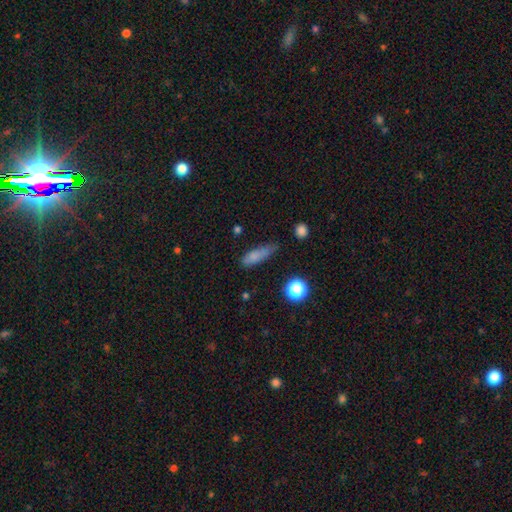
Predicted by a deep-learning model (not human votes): Smooth or featured? Predicted: smooth (p=0.77). How rounded? Predicted: in between (p=0.49). Merging? Predicted: none (p=0.55).